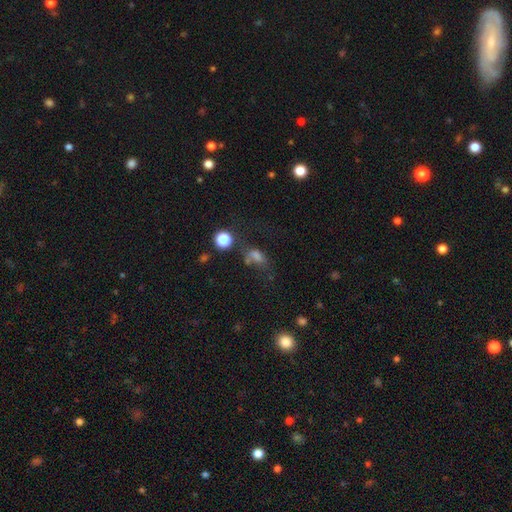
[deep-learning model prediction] Morphology: type=smooth (57%); roundness=in between (66%); merging=none (41%).